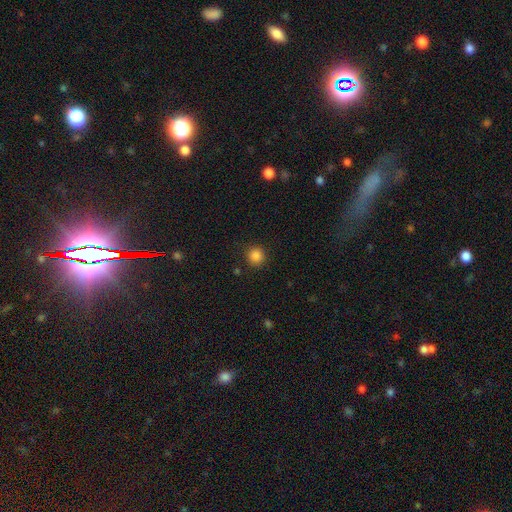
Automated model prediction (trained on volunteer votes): This is clearly a smooth galaxy (85%). How rounded: clearly round (92%). Merging: clearly none (89%).